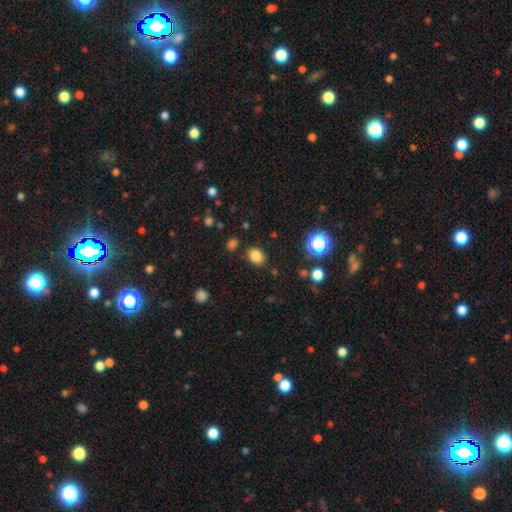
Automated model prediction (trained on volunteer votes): Overall: smooth (82%). How rounded: in between (57%; round 42%). Merging: none (83%).